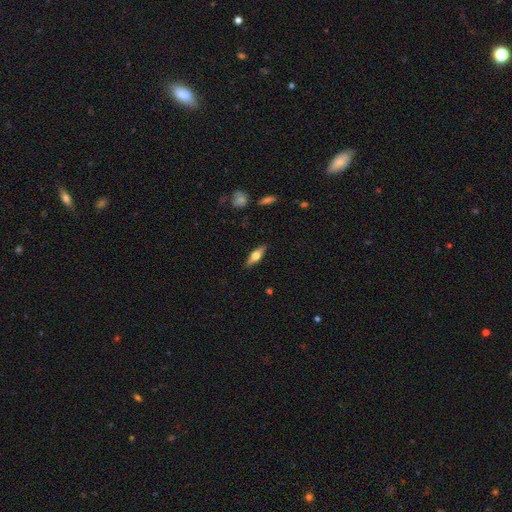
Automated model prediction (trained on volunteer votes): smooth-or-featured: featured or disk: 51% | smooth: 43% | star or artifact: 6%
  disk-edge-on: yes: 90% | no: 10%
  merging: none: 87% | minor disturbance: 9% | major disturbance: 2% | merger: 1%